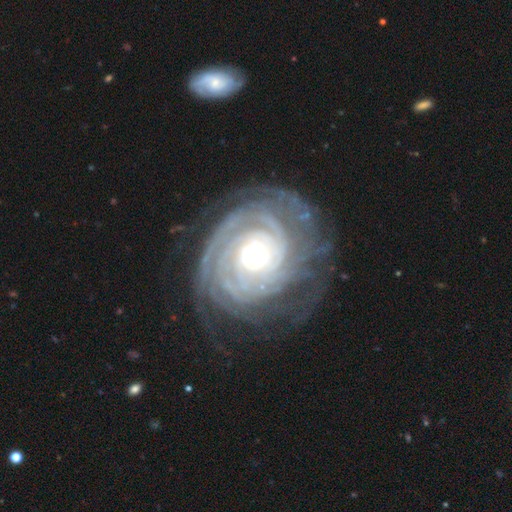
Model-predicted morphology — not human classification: Overall: featured or disk (89%). Edge-on disk: no (97%). Bar: no (69%). Spiral arms: yes (97%). Spiral arm count: can't tell (31%; more than 4 19%). Spiral winding: tight (85%). Bulge size: small (50%; moderate 43%). Merging: none (72%).